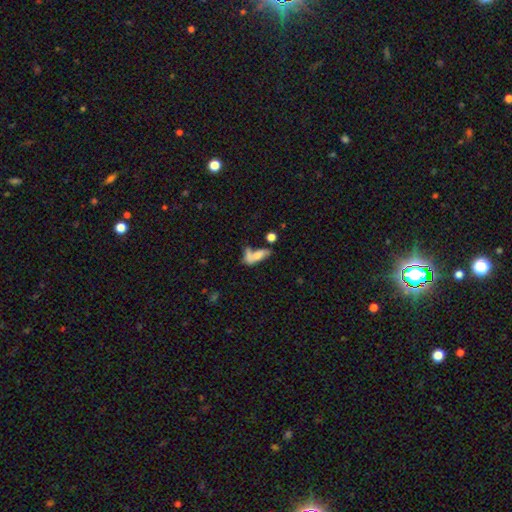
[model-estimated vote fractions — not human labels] Smooth or featured: smooth — 64% (featured or disk — 24%)
How rounded: in between — 68% (cigar-shaped — 27%)
Merging: merger — 45% (none — 26%)